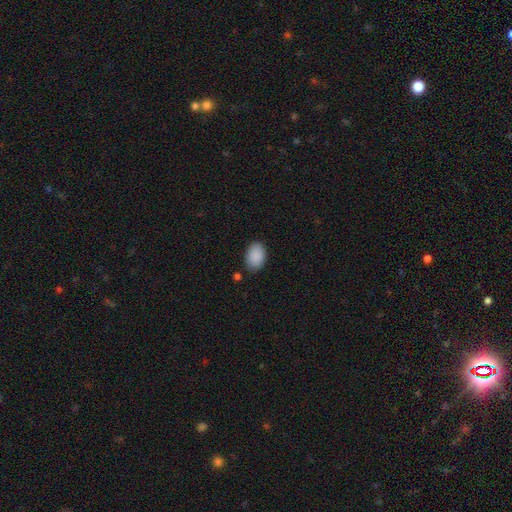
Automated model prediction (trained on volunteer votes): Q: Smooth or featured?
A: smooth (90%); runner-up: star or artifact (7%)
Q: How rounded?
A: in between (88%); runner-up: round (11%)
Q: Merging?
A: none (82%); runner-up: minor disturbance (12%)